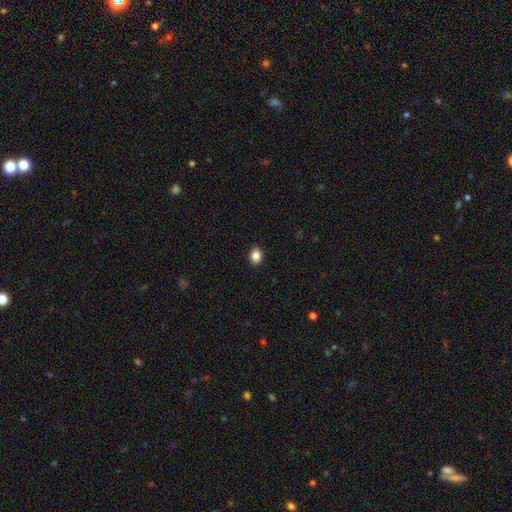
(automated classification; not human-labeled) A smooth galaxy with no disk features (85%) that is in between round and cigar-shaped (74%).

Vote fractions:
- Smooth or featured? smooth: 85% / star or artifact: 9% / featured or disk: 6%
- How rounded? in between: 74% / round: 24% / cigar-shaped: 1%
- Merging? none: 90% / minor disturbance: 8% / major disturbance: 2% / merger: 1%